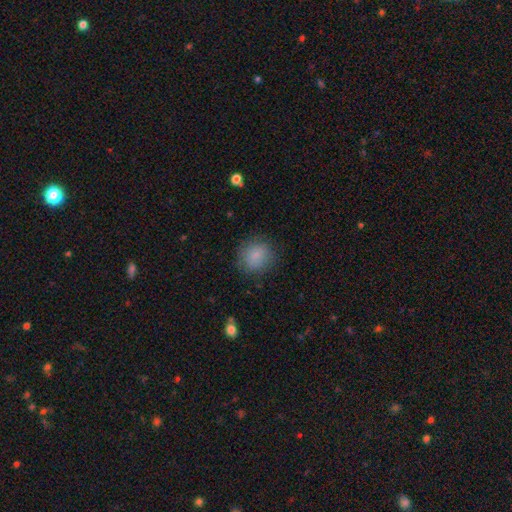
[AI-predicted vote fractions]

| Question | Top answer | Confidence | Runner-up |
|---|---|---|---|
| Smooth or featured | smooth | 84% | star or artifact (9%) |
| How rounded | round | 86% | in between (13%) |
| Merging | none | 83% | minor disturbance (12%) |